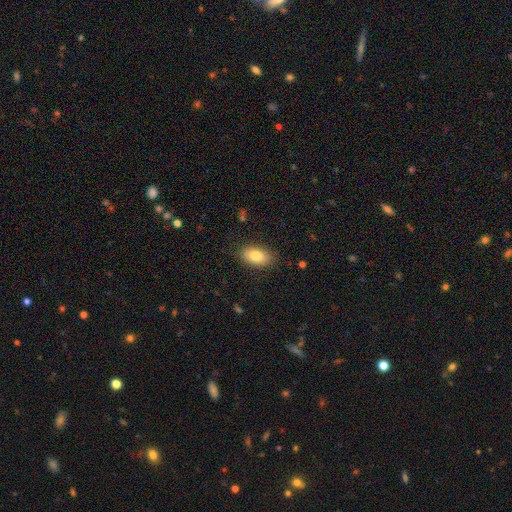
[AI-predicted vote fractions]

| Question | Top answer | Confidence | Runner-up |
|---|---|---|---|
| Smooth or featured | smooth | 82% | featured or disk (11%) |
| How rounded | in between | 91% | round (5%) |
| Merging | none | 85% | minor disturbance (11%) |